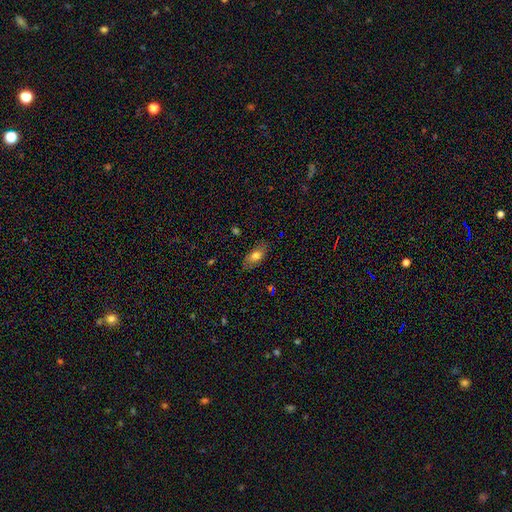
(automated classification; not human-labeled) Smooth or featured? smooth (73%)
How rounded? in between (86%)
Merging? none (80%)